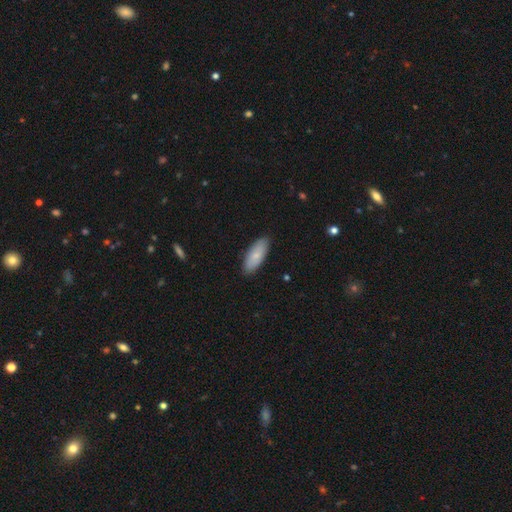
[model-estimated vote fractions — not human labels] Morphology: type=smooth (78%); roundness=in between (78%); merging=none (87%).